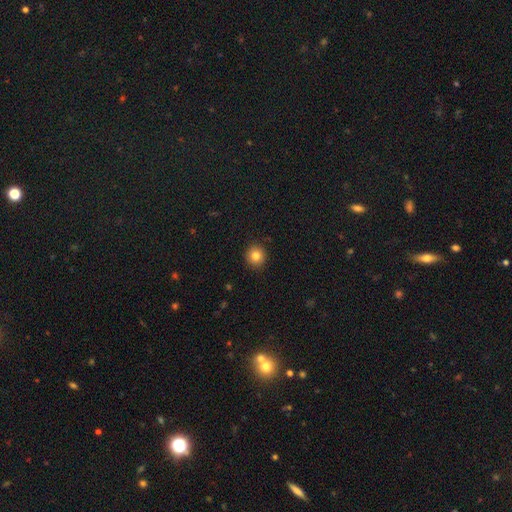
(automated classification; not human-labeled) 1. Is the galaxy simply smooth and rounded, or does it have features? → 83% smooth, 11% star or artifact, 7% featured or disk.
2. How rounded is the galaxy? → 92% round, 7% in between, 1% cigar-shaped.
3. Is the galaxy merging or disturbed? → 92% none, 6% minor disturbance, 2% major disturbance, 1% merger.